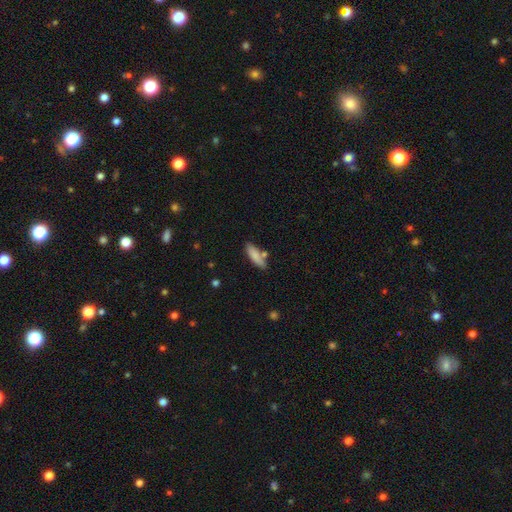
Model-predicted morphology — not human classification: A smooth galaxy with no disk features (83%) that is cigar-shaped (55%). Merging: none (73%).